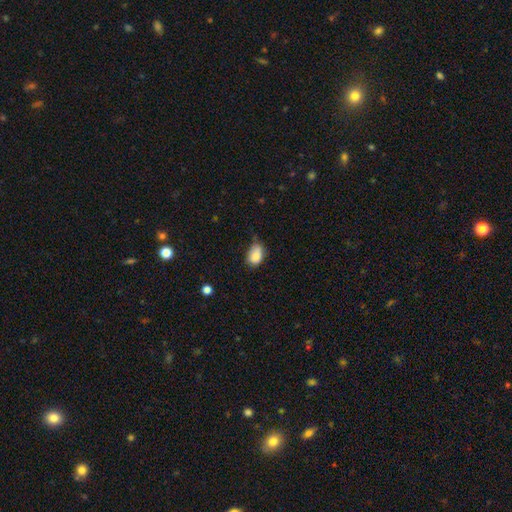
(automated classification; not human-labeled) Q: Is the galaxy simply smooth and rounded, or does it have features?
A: smooth — 84%.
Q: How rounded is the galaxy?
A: in between — 83%.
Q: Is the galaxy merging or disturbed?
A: none — 46%.